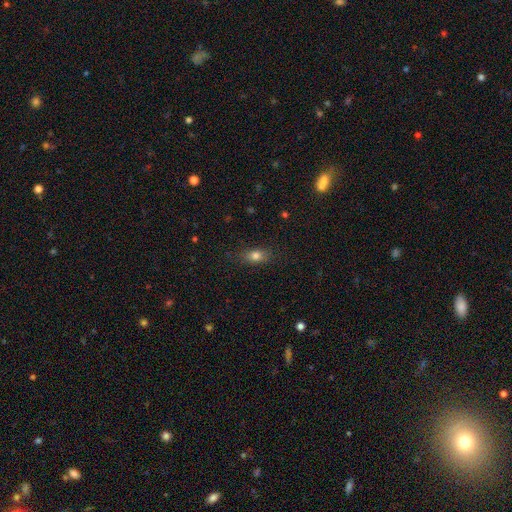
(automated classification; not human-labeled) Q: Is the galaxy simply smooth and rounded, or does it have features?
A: smooth — 78%.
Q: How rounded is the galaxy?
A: in between — 74%.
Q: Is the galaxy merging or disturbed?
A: none — 81%.